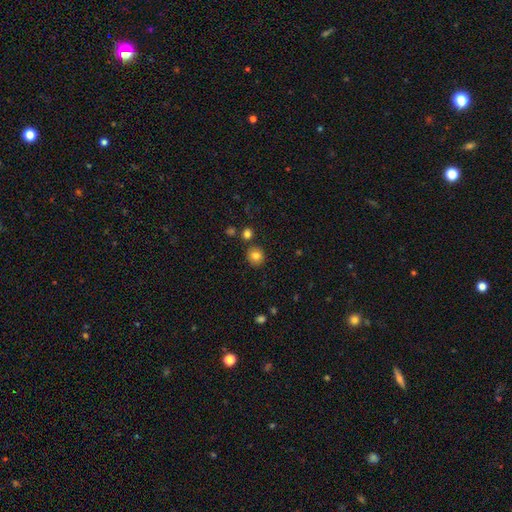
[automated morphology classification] This appears to be a smooth galaxy with no disk features (81%) that is round (88%). Merging: none (84%).